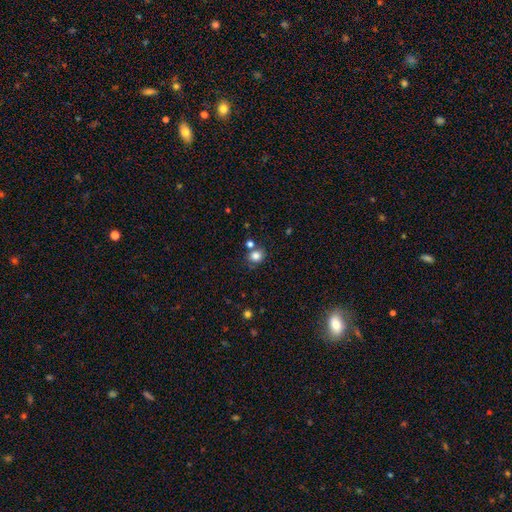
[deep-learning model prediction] smooth-or-featured: smooth: 82% | star or artifact: 12% | featured or disk: 6%
  how-rounded: round: 79% | in between: 20% | cigar-shaped: 1%
  merging: none: 72% | merger: 14% | minor disturbance: 11% | major disturbance: 4%